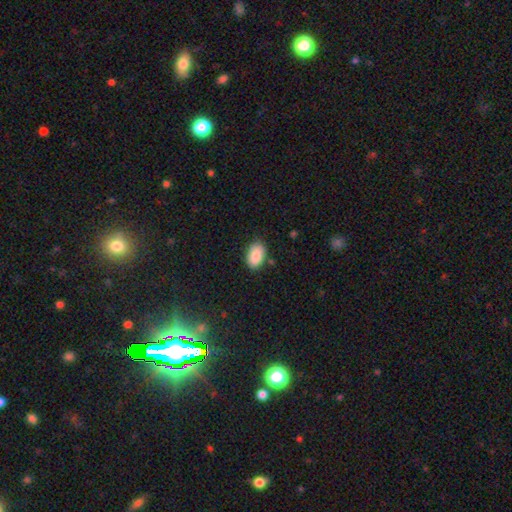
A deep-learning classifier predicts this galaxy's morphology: Smooth or featured: smooth — 88% (star or artifact — 7%)
How rounded: in between — 92% (round — 7%)
Merging: none — 81% (minor disturbance — 14%)